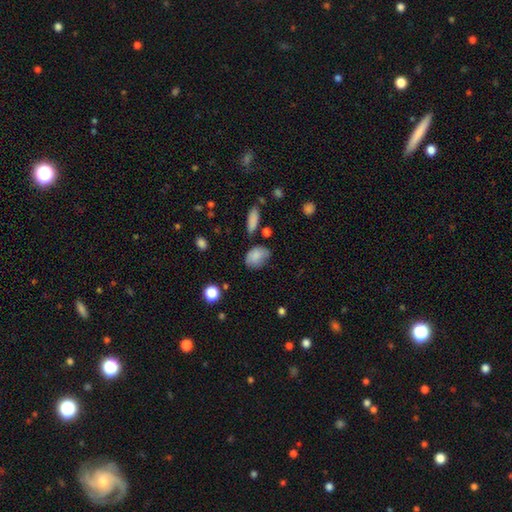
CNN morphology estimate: The model was most divided on "merging": none: 54%, minor disturbance: 30%, major disturbance: 9%, merger: 6%. More confident: smooth or featured — smooth (82%); how rounded — in between (74%).